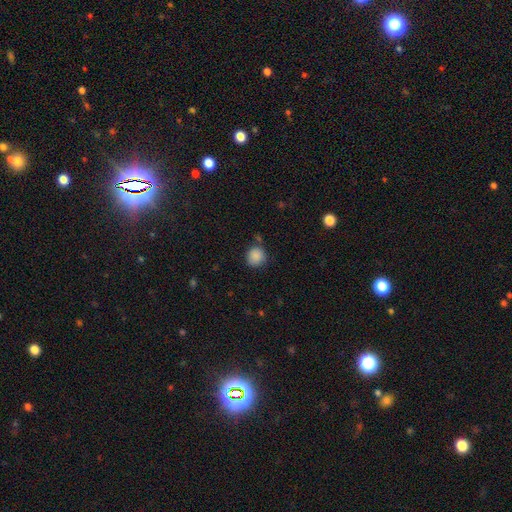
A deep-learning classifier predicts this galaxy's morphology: Smooth or featured?
  - smooth: 87% *
  - star or artifact: 9%
  - featured or disk: 3%
How rounded?
  - round: 89% *
  - in between: 10%
  - cigar-shaped: 1%
Merging?
  - none: 75% *
  - minor disturbance: 16%
  - merger: 5%
  - major disturbance: 4%